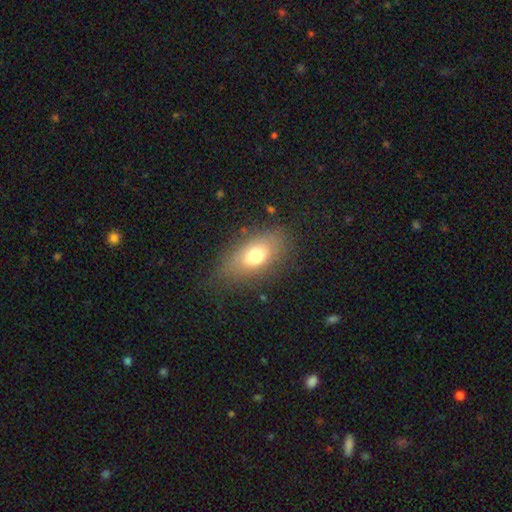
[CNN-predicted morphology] smooth_or_featured: smooth (p=0.70) [alt: featured or disk p=0.19]
how_rounded: in between (p=0.84) [alt: round p=0.11]
merging: none (p=0.77) [alt: minor disturbance p=0.15]